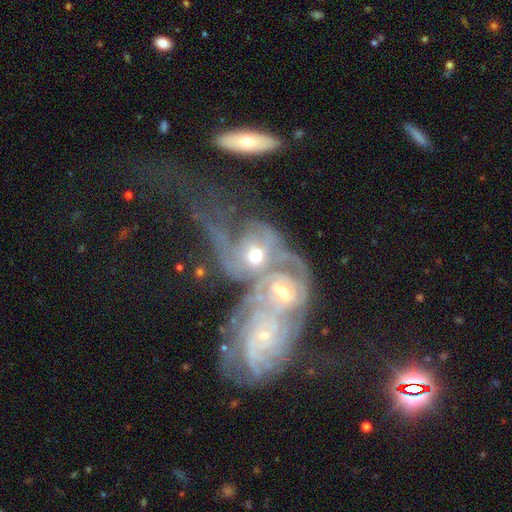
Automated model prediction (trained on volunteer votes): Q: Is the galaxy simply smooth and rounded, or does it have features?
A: featured or disk — 73%.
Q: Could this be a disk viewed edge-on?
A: no — 96%.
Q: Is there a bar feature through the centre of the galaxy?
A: no — 60%.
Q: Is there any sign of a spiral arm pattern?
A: yes — 77%.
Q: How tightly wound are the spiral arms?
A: tight — 44%.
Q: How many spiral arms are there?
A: can't tell — 43%.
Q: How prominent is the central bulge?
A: moderate — 60%.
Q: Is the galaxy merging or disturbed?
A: merger — 82%.